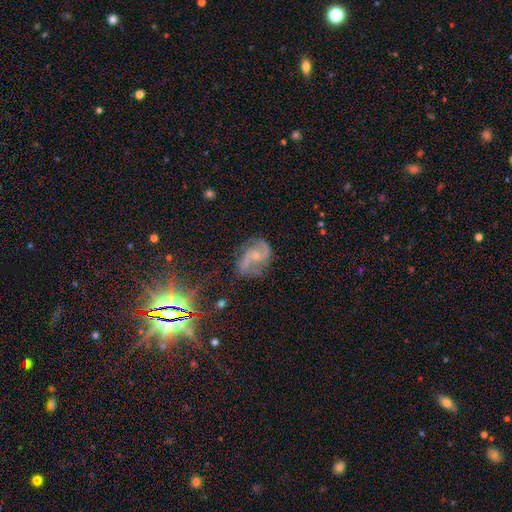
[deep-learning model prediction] Smooth or featured? Predicted: featured or disk (p=0.83). Edge-on disk? Predicted: no (p=0.98). Bar? Predicted: no (p=0.57). Spiral arms? Predicted: yes (p=0.96). Spiral winding? Predicted: medium (p=0.51). Spiral arm count? Predicted: 2 (p=0.88). Bulge size? Predicted: small (p=0.58). Merging? Predicted: none (p=0.66).